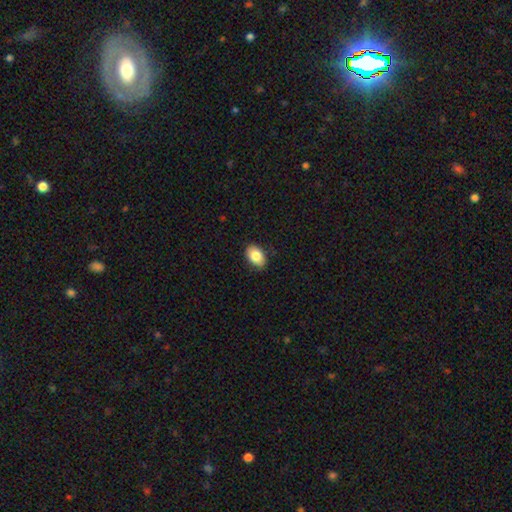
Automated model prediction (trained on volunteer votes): This appears to be a smooth galaxy with no disk features (84%) that is in between round and cigar-shaped (86%). Merging: none (86%).